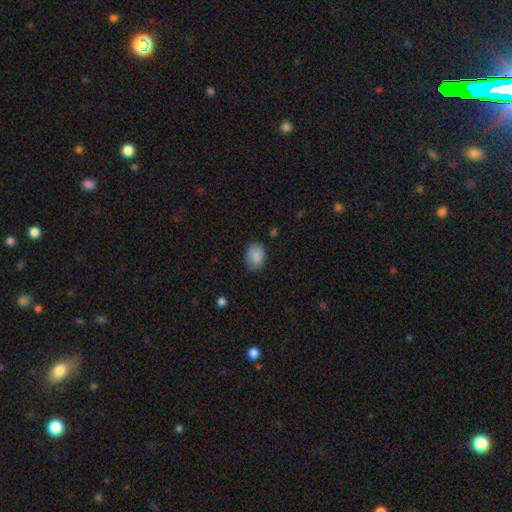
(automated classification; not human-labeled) smooth 87%, star or artifact 8%, featured or disk 5%. Down the decision tree: how rounded — in between (74%); merging — none (79%).